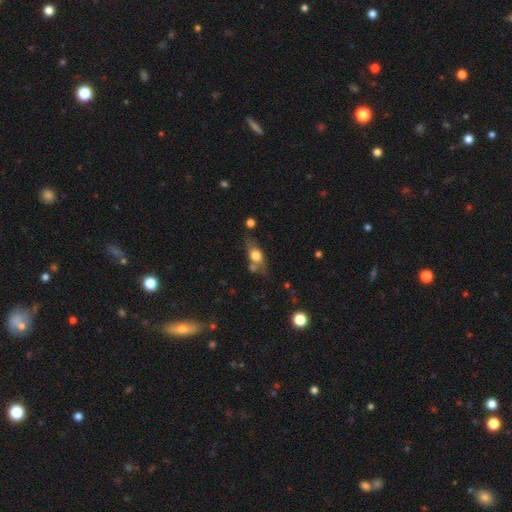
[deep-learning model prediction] Smooth or featured? Predicted: smooth (p=0.61). How rounded? Predicted: in between (p=0.68). Merging? Predicted: none (p=0.56).